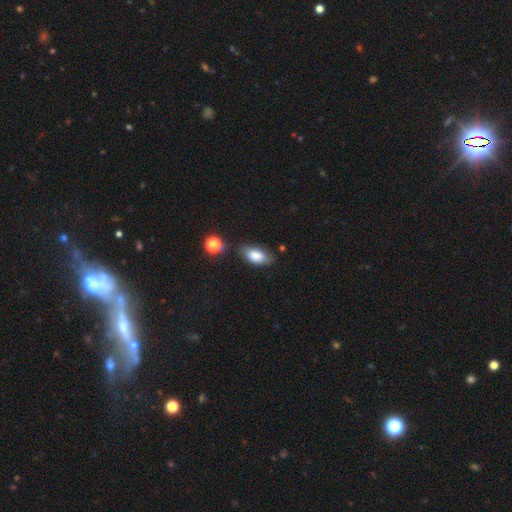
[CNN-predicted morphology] Smooth or featured?
  - smooth: 74% *
  - featured or disk: 17%
  - star or artifact: 9%
How rounded?
  - in between: 91% *
  - round: 5%
  - cigar-shaped: 4%
Merging?
  - none: 64% *
  - minor disturbance: 24%
  - major disturbance: 7%
  - merger: 6%